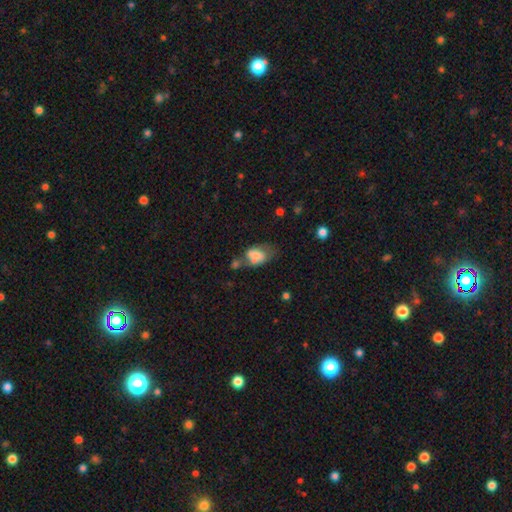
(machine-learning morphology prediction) type=smooth (63%); roundness=in between (85%); merging=none (30%).